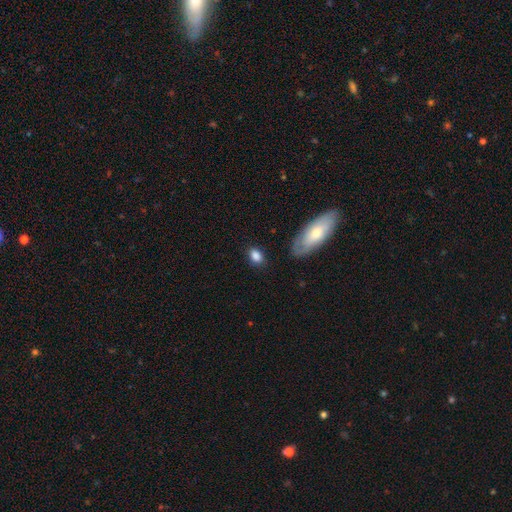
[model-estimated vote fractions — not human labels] Smooth or featured?
  - smooth: 85% *
  - star or artifact: 8%
  - featured or disk: 7%
How rounded?
  - in between: 83% *
  - round: 14%
  - cigar-shaped: 3%
Merging?
  - none: 79% *
  - minor disturbance: 14%
  - major disturbance: 4%
  - merger: 2%